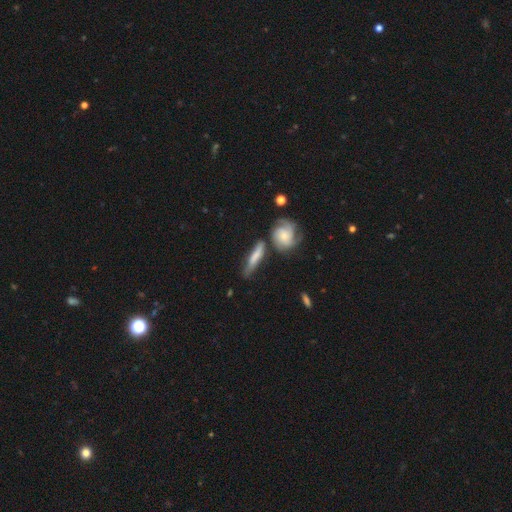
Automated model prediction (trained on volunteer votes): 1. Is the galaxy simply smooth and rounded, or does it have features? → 53% smooth, 40% featured or disk, 7% star or artifact.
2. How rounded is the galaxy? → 74% cigar-shaped, 21% in between, 5% round.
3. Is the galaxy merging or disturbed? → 55% none, 22% minor disturbance, 14% merger, 9% major disturbance.